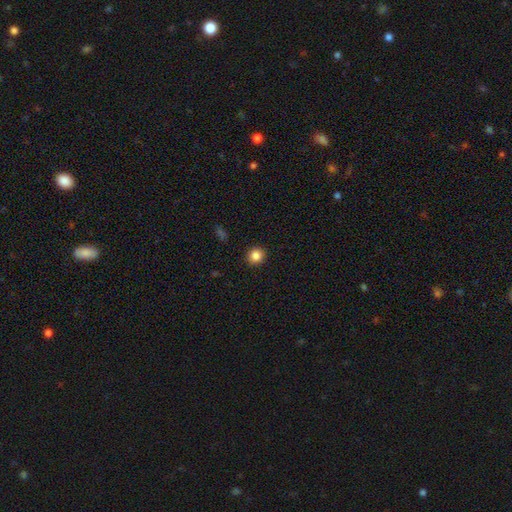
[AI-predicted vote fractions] This is clearly a smooth galaxy (85%). How rounded: clearly round (89%). Merging: clearly none (92%).